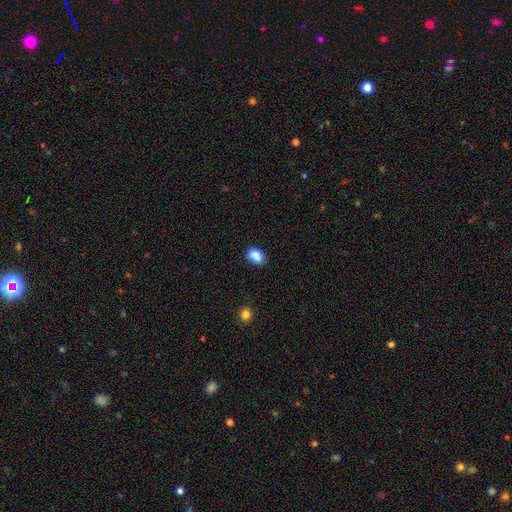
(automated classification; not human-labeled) Morphology: type=smooth (85%); roundness=in between (80%); merging=none (67%).